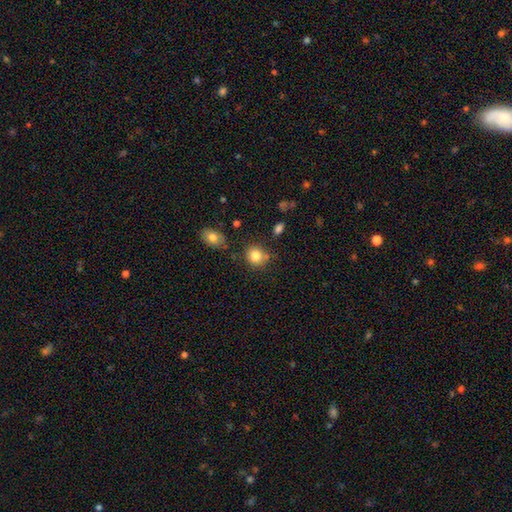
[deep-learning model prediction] This is clearly a smooth galaxy (83%). How rounded: likely round (79%). Merging: likely none (72%).